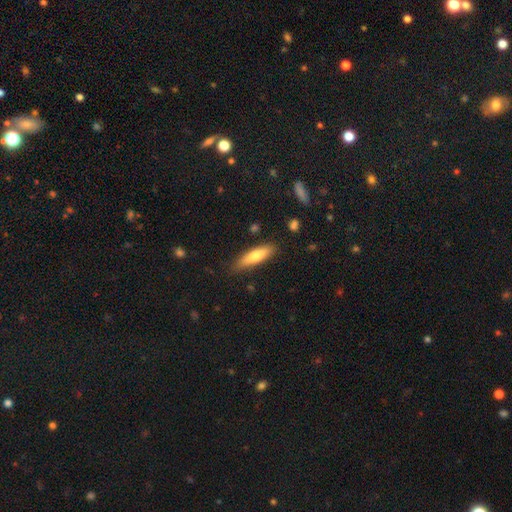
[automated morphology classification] Smooth or featured: smooth — 73% (featured or disk — 21%)
How rounded: cigar-shaped — 68% (in between — 30%)
Merging: none — 84% (minor disturbance — 12%)